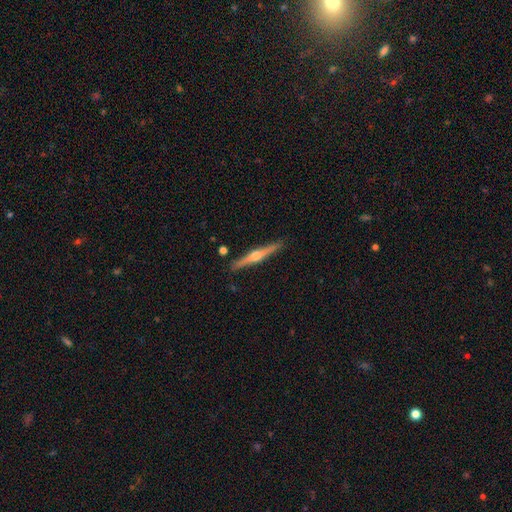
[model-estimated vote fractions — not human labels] This appears to be a featured or disk galaxy (77%) viewed edge-on (98%) with a rounded central bulge (94%). Merging: none (91%).